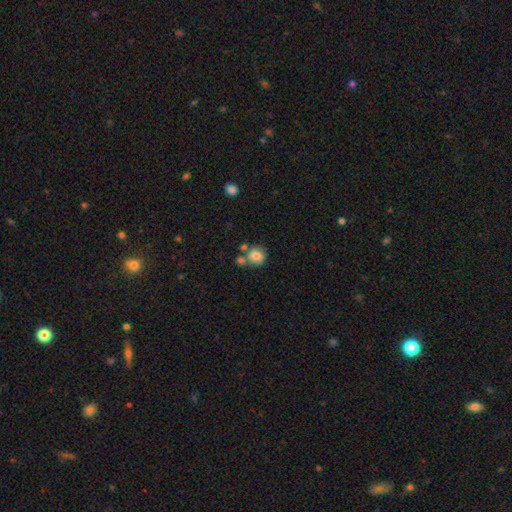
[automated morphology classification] Overall: smooth (82%). How rounded: round (82%). Merging: none (52%; merger 28%).